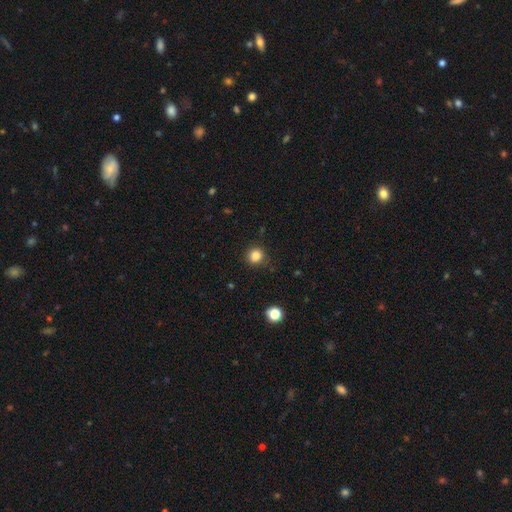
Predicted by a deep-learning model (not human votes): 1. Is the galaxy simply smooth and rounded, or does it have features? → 84% smooth, 12% star or artifact, 4% featured or disk.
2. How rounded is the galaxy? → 91% round, 8% in between, 1% cigar-shaped.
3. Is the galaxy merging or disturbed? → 87% none, 9% minor disturbance, 3% major disturbance, 1% merger.